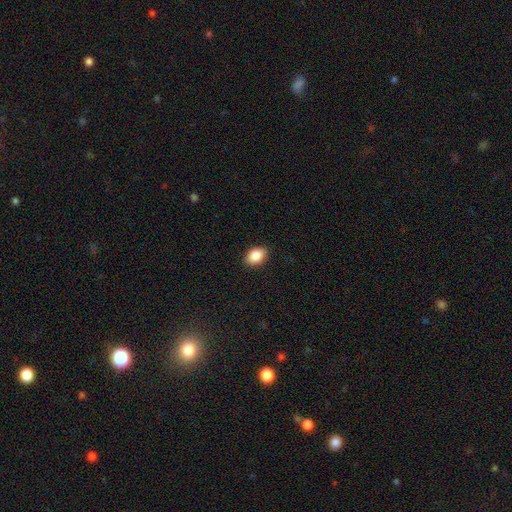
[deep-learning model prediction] Overall: smooth (88%). How rounded: in between (83%). Merging: none (88%).